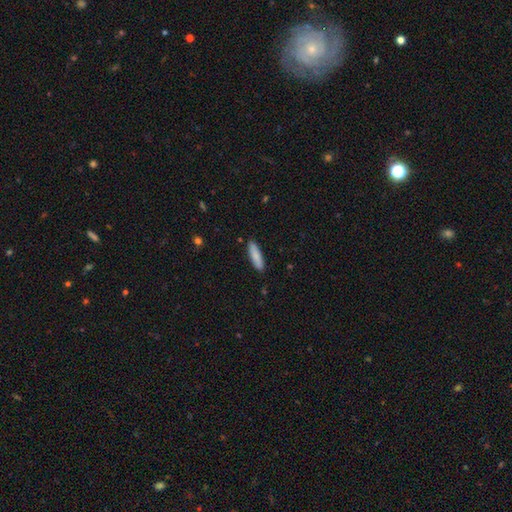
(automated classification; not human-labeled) smooth-or-featured: smooth: 85% | featured or disk: 10% | star or artifact: 6%
  how-rounded: cigar-shaped: 65% | in between: 33% | round: 1%
  merging: none: 89% | minor disturbance: 9% | major disturbance: 2% | merger: 1%